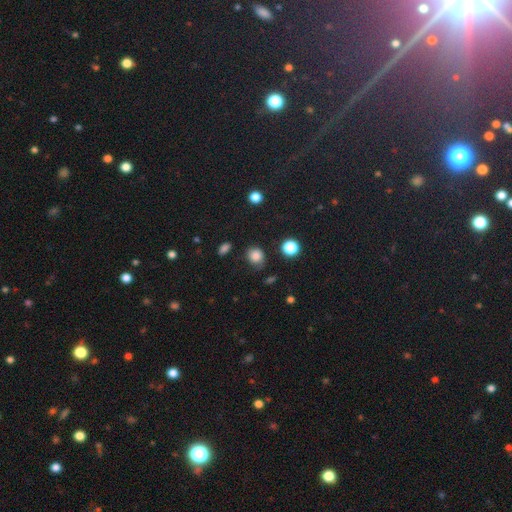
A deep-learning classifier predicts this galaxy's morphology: smooth_or_featured: smooth (p=0.83) [alt: star or artifact p=0.12]
how_rounded: round (p=0.71) [alt: in between p=0.28]
merging: none (p=0.72) [alt: minor disturbance p=0.19]